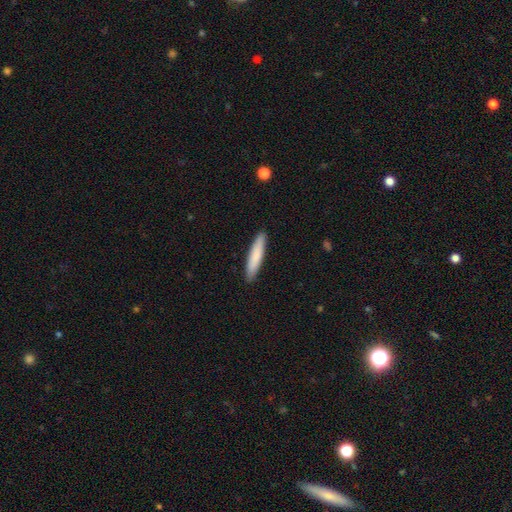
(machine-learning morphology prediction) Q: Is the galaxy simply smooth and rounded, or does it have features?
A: smooth — 82%.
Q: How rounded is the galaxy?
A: cigar-shaped — 87%.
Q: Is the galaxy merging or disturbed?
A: none — 90%.